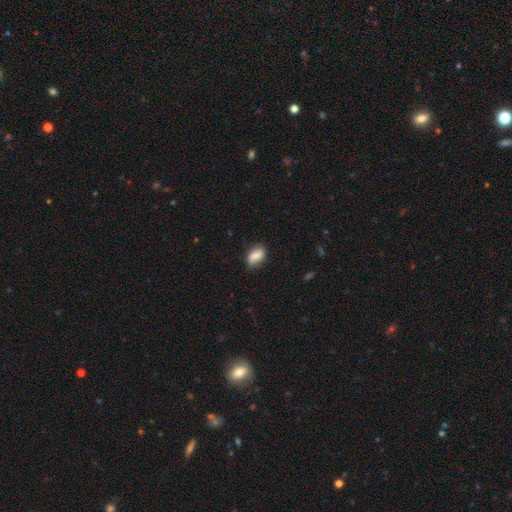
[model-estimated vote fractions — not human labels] This is likely a smooth galaxy (79%). How rounded: clearly in between (87%). Merging: likely none (69%).